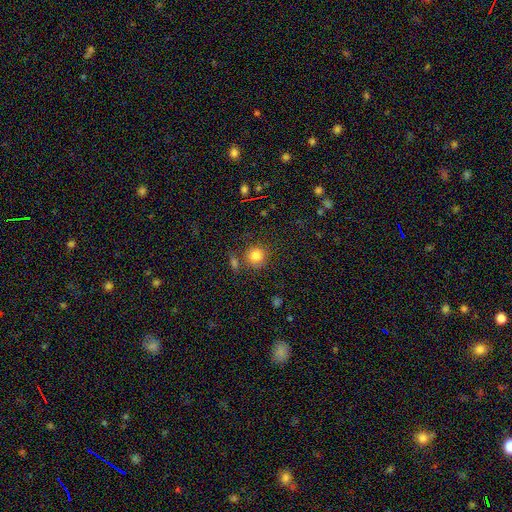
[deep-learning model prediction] Smooth or featured?
  - smooth: 83% *
  - star or artifact: 11%
  - featured or disk: 6%
How rounded?
  - round: 90% *
  - in between: 9%
  - cigar-shaped: 1%
Merging?
  - none: 74% *
  - minor disturbance: 11%
  - merger: 11%
  - major disturbance: 4%